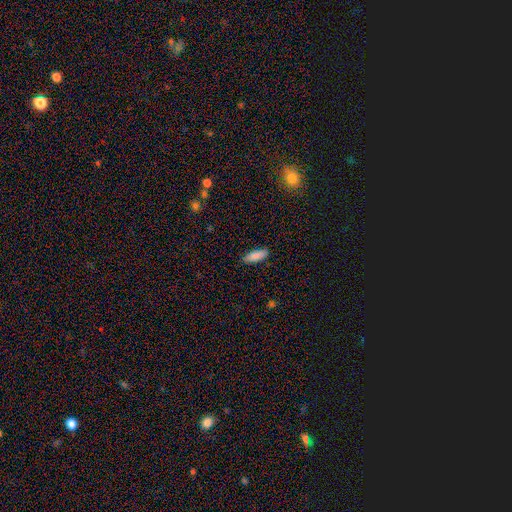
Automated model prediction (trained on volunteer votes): A smooth galaxy with no disk features (87%) that is in between round and cigar-shaped (66%). Merging: none (86%).